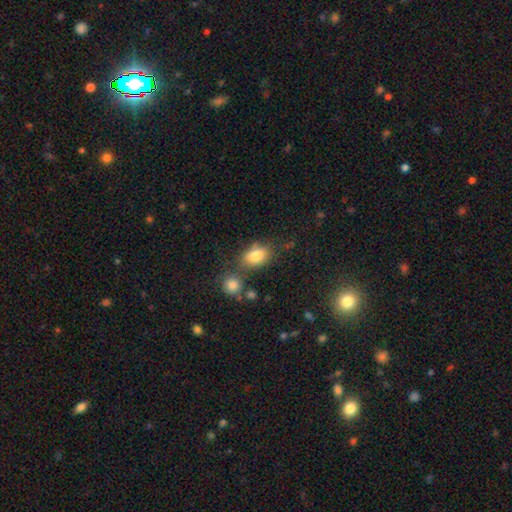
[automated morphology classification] smooth_or_featured: smooth (p=0.81) [alt: featured or disk p=0.10]
how_rounded: in between (p=0.79) [alt: round p=0.19]
merging: none (p=0.59) [alt: minor disturbance p=0.17]